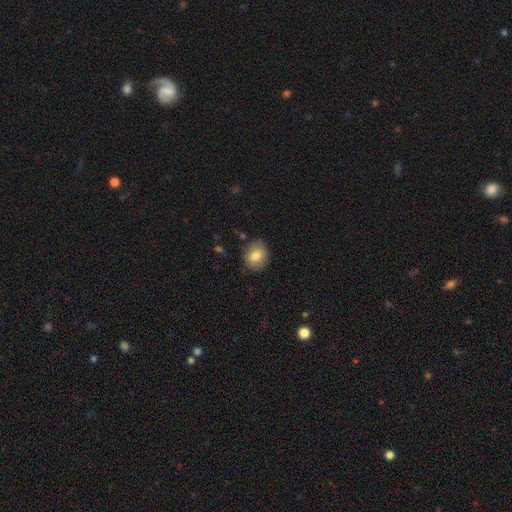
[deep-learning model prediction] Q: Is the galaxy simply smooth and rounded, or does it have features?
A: smooth — 79%.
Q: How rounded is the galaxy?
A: round — 70%.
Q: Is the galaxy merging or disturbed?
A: none — 84%.